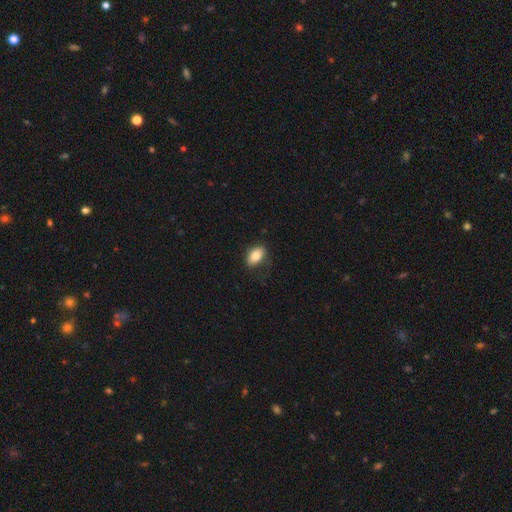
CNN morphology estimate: Smooth or featured? smooth (80%)
How rounded? in between (89%)
Merging? none (74%)